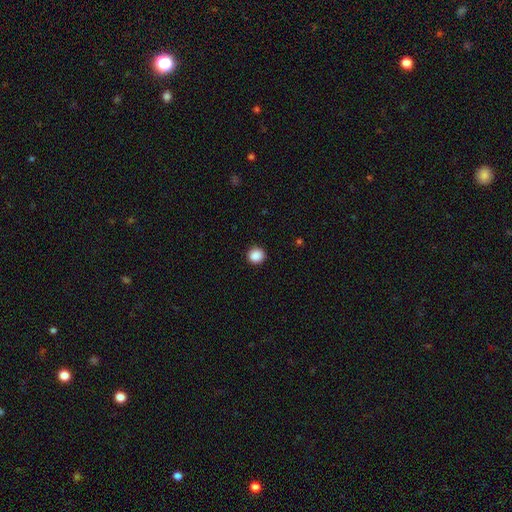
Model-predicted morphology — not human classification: Overall: smooth (88%). How rounded: round (93%). Merging: none (92%).